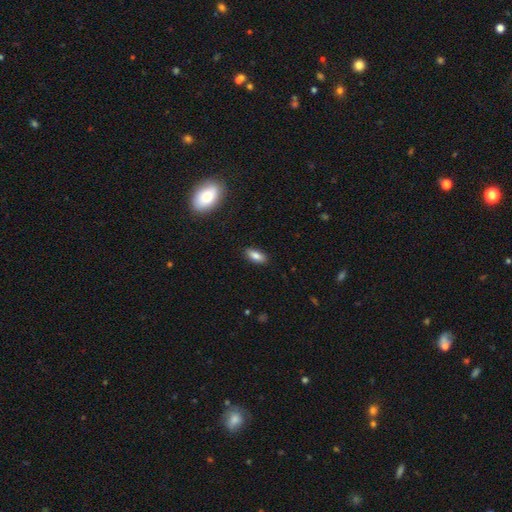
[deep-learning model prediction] This appears to be a smooth galaxy with no disk features (81%) that is in between round and cigar-shaped (83%). Merging: none (88%).